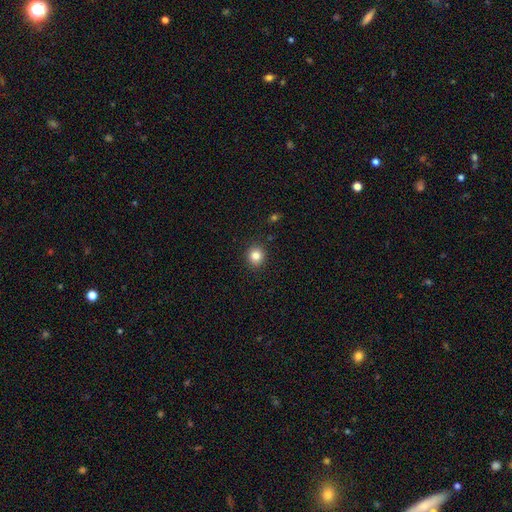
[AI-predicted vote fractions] Smooth or featured?
  - smooth: 84% *
  - star or artifact: 11%
  - featured or disk: 5%
How rounded?
  - round: 86% *
  - in between: 13%
  - cigar-shaped: 1%
Merging?
  - none: 91% *
  - minor disturbance: 6%
  - major disturbance: 2%
  - merger: 1%